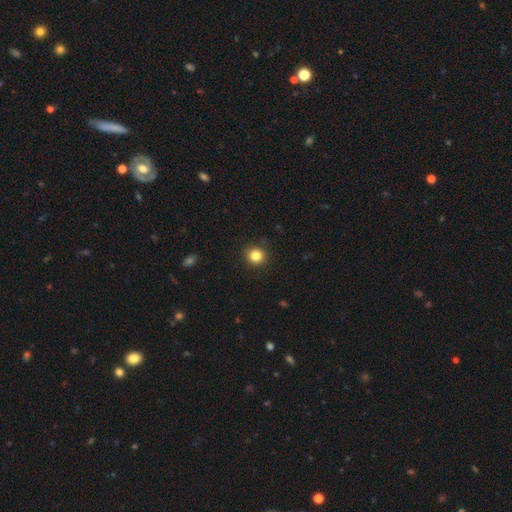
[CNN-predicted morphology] This appears to be a smooth galaxy with no disk features (83%) that is round (91%). Merging: none (91%).